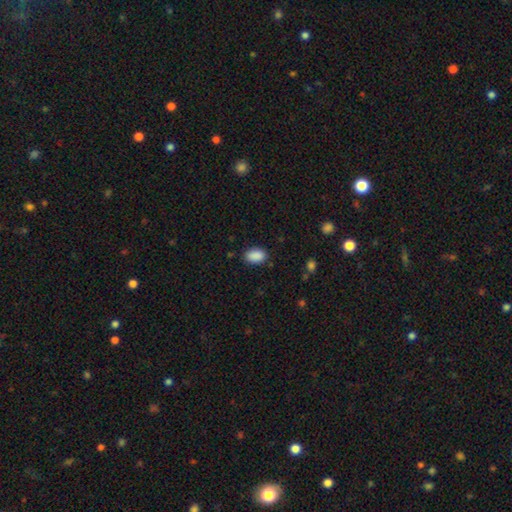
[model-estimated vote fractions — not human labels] Smooth or featured: smooth — 89% (star or artifact — 8%)
How rounded: in between — 89% (round — 9%)
Merging: none — 84% (minor disturbance — 12%)